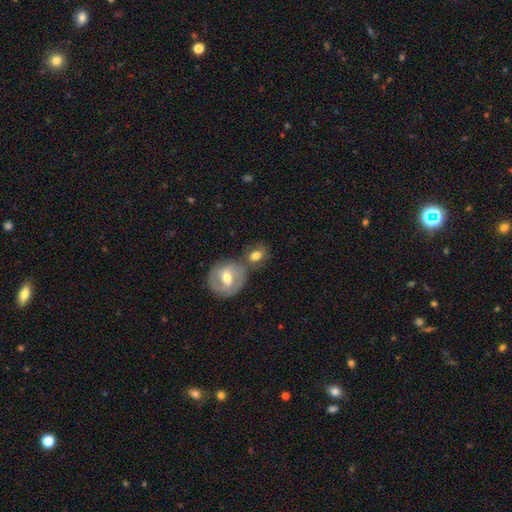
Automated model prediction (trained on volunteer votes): smooth-or-featured: smooth: 66% | featured or disk: 28% | star or artifact: 7%
  how-rounded: in between: 57% | round: 41% | cigar-shaped: 2%
  merging: none: 50% | merger: 32% | minor disturbance: 14% | major disturbance: 5%